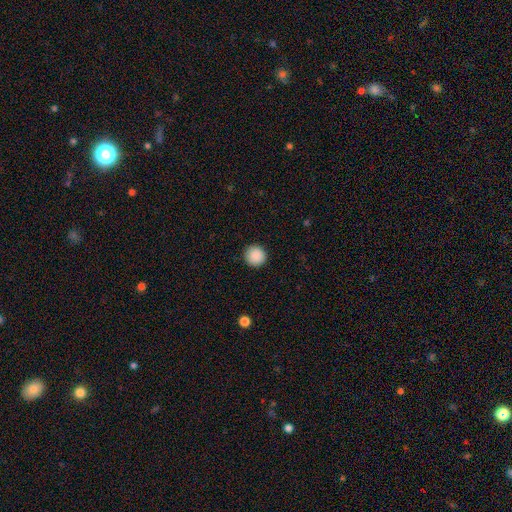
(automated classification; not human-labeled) This is clearly a smooth galaxy (90%). How rounded: clearly round (95%). Merging: clearly none (92%).